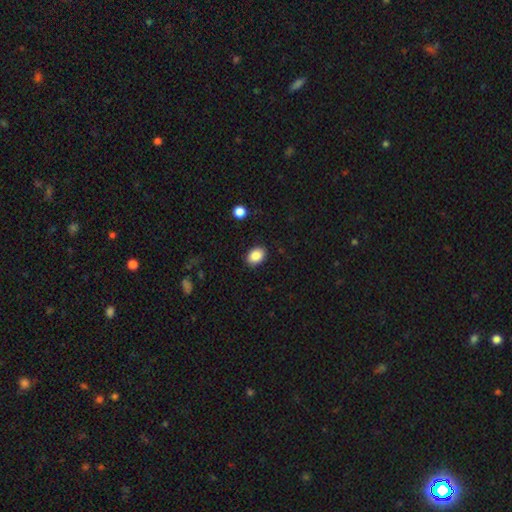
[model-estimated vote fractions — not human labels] smooth-or-featured: smooth: 88% | star or artifact: 8% | featured or disk: 3%
  how-rounded: in between: 73% | round: 26% | cigar-shaped: 1%
  merging: none: 87% | minor disturbance: 9% | major disturbance: 2% | merger: 1%